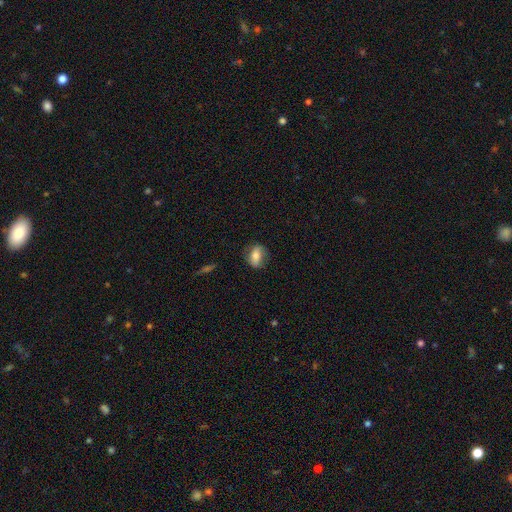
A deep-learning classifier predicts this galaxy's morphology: The model was most divided on "smooth or featured": smooth: 68%, featured or disk: 24%, star or artifact: 8%. More confident: merging — none (75%); how rounded — in between (73%).